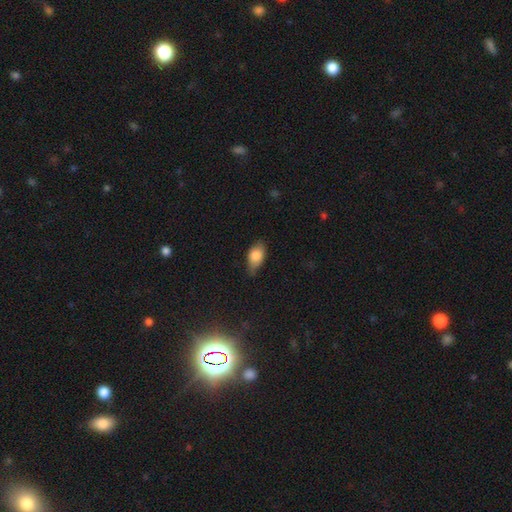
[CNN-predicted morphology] The model was most divided on "merging": none: 59%, minor disturbance: 33%, major disturbance: 6%, merger: 2%. More confident: how rounded — in between (88%); smooth or featured — smooth (80%).